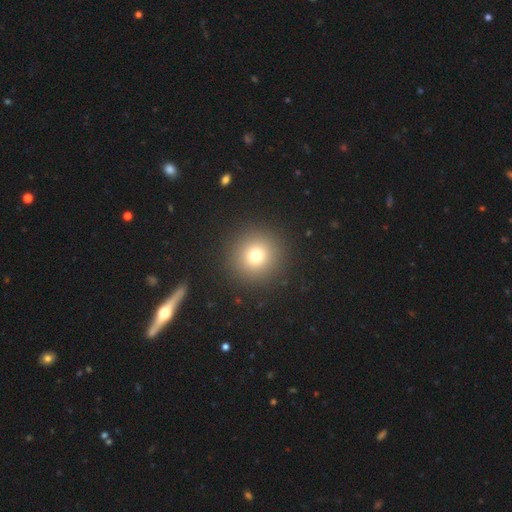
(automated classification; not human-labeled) The model was most divided on "smooth or featured": smooth: 76%, star or artifact: 15%, featured or disk: 9%. More confident: how rounded — round (95%); merging — none (91%).